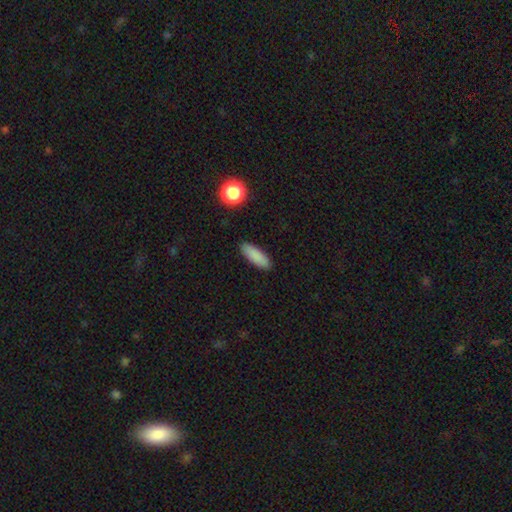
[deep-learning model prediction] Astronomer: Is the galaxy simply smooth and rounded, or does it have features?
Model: smooth — 87%.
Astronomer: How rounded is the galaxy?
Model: in between — 56% (runner-up: cigar-shaped, 42%).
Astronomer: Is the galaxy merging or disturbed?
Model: none — 89%.